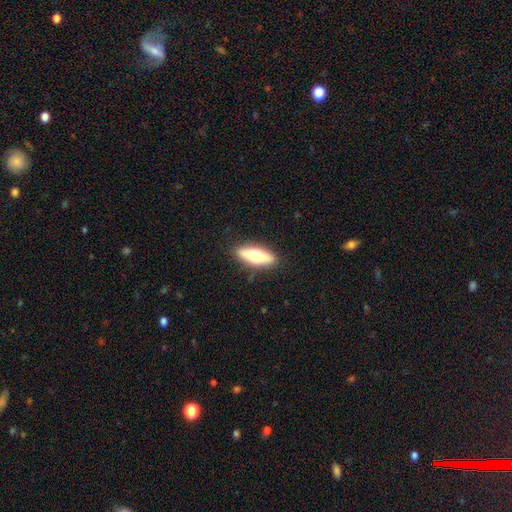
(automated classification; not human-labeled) Morphology: type=smooth (57%); roundness=cigar-shaped (53%); merging=none (88%).